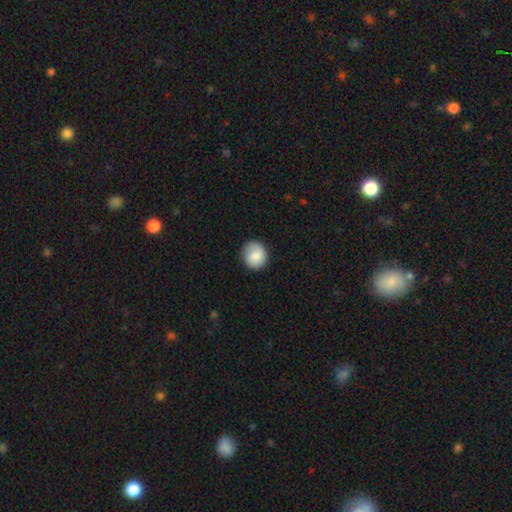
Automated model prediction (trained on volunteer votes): Overall: smooth (83%). How rounded: round (87%). Merging: none (82%).